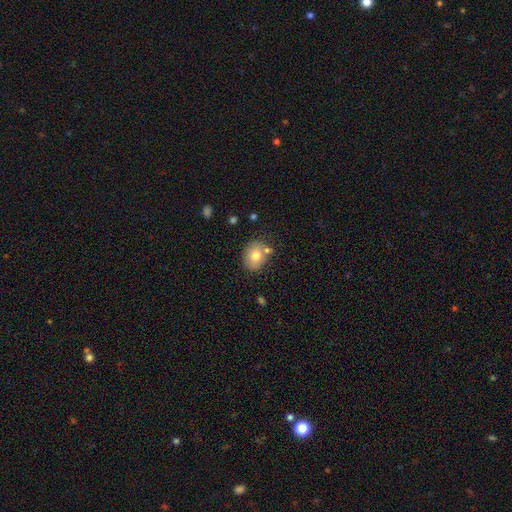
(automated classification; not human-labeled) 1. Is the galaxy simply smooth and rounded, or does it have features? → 75% smooth, 16% featured or disk, 9% star or artifact.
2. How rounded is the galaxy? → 52% round, 47% in between, 1% cigar-shaped.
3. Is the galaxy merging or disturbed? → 71% none, 15% minor disturbance, 11% merger, 3% major disturbance.